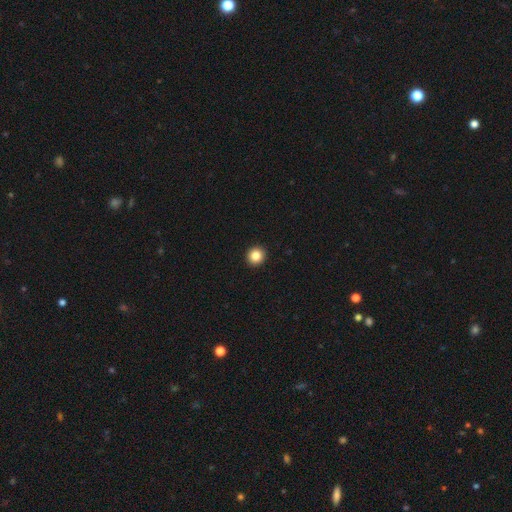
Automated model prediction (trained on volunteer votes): Q: Smooth or featured?
A: smooth (84%); runner-up: star or artifact (10%)
Q: How rounded?
A: round (94%); runner-up: in between (5%)
Q: Merging?
A: none (94%); runner-up: minor disturbance (4%)